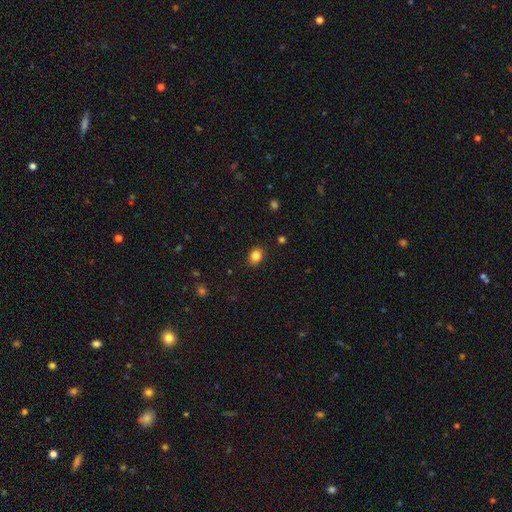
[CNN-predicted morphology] Overall: smooth (84%). How rounded: in between (57%; round 42%). Merging: none (86%).